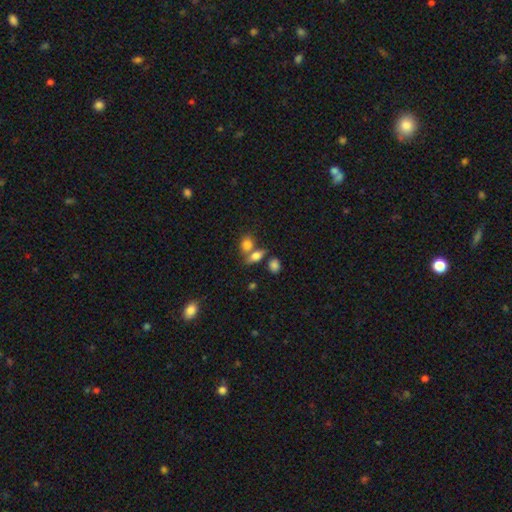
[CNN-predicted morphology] This appears to be a smooth galaxy with no disk features (78%) that is in between round and cigar-shaped (70%). Merging: none (44%).